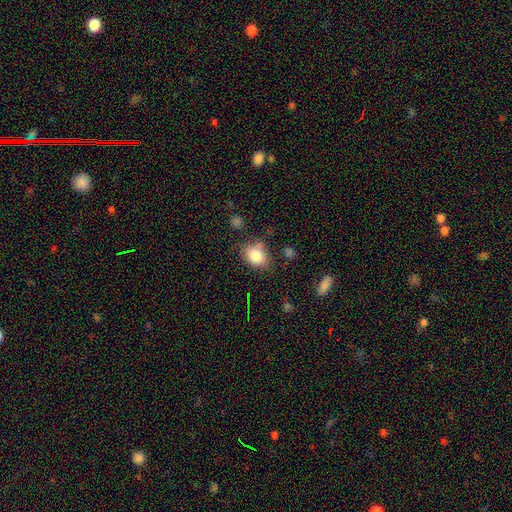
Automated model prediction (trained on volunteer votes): Smooth or featured?
  - smooth: 82% *
  - star or artifact: 9%
  - featured or disk: 8%
How rounded?
  - in between: 65% *
  - round: 33%
  - cigar-shaped: 1%
Merging?
  - none: 66% *
  - minor disturbance: 21%
  - merger: 7%
  - major disturbance: 6%